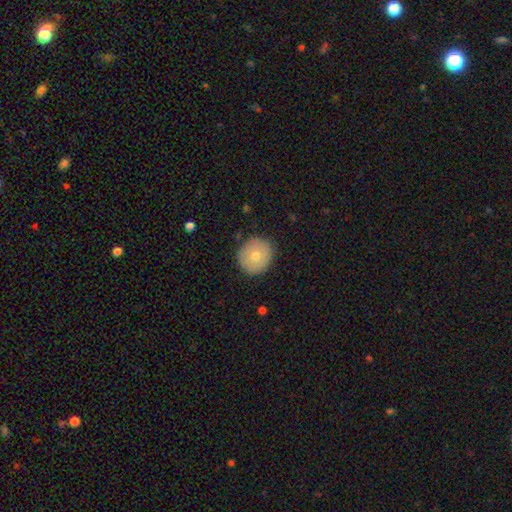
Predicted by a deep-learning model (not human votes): The model was most divided on "smooth or featured": smooth: 73%, featured or disk: 19%, star or artifact: 8%. More confident: how rounded — round (91%); merging — none (87%).